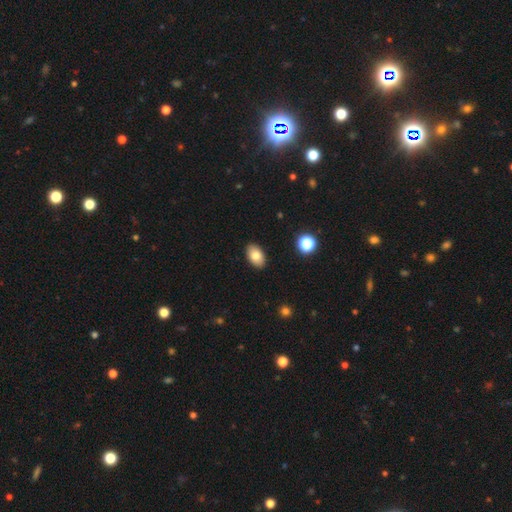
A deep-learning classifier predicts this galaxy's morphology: Smooth or featured: smooth — 82% (featured or disk — 10%)
How rounded: in between — 93% (round — 6%)
Merging: none — 89% (minor disturbance — 8%)